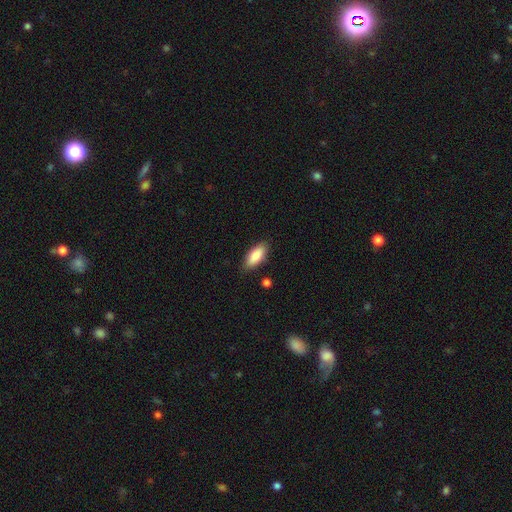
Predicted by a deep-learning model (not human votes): This is clearly a smooth galaxy (85%). How rounded: clearly in between (84%). Merging: clearly none (85%).